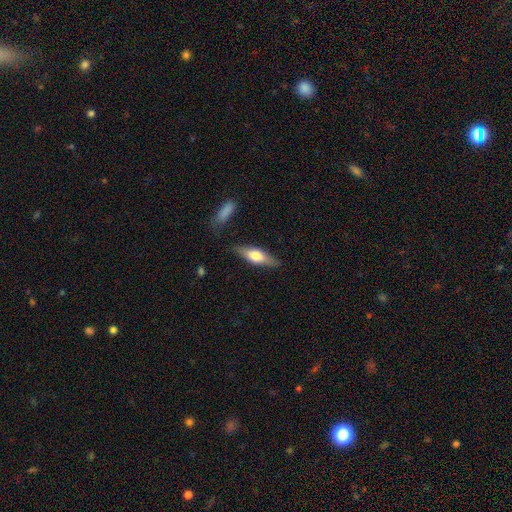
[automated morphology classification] Smooth or featured: smooth — 52% (featured or disk — 42%)
How rounded: cigar-shaped — 53% (in between — 44%)
Merging: none — 81% (minor disturbance — 13%)